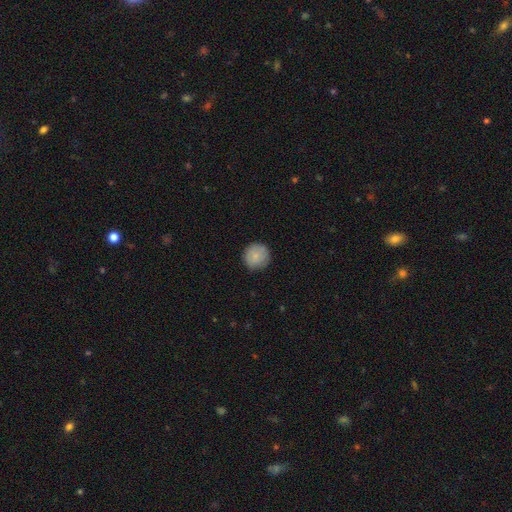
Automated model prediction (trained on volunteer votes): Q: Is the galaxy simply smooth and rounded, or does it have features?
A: smooth — 83%.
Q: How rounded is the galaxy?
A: round — 94%.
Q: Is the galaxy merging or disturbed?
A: none — 88%.